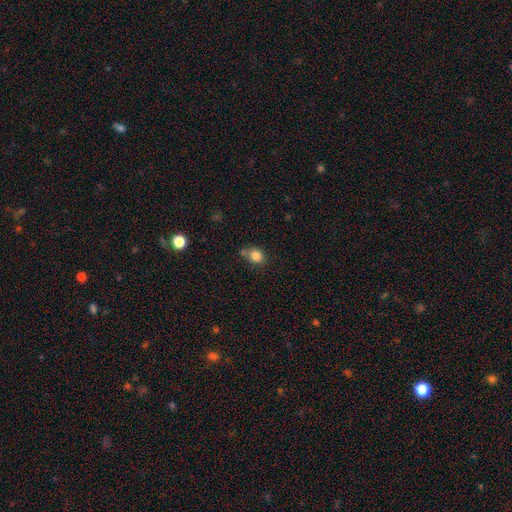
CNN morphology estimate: smooth_or_featured: smooth (p=0.83) [alt: star or artifact p=0.11]
how_rounded: round (p=0.62) [alt: in between p=0.37]
merging: none (p=0.61) [alt: minor disturbance p=0.18]